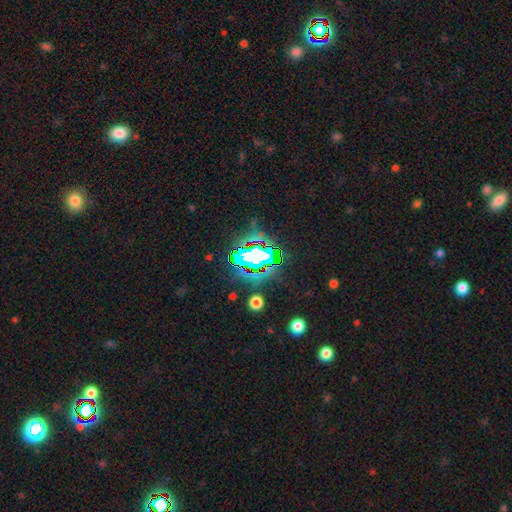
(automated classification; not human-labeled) Q: Smooth or featured?
A: star or artifact (63%); runner-up: smooth (21%)